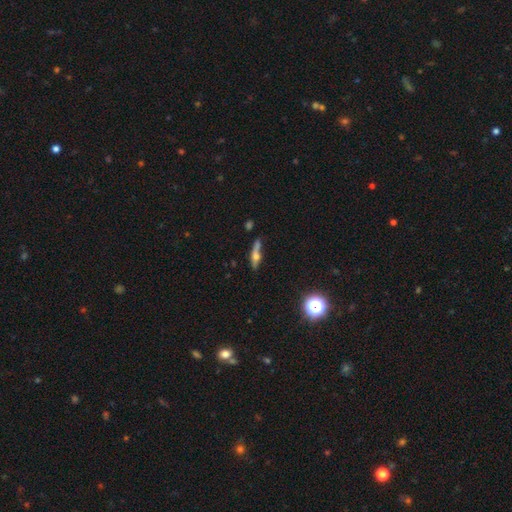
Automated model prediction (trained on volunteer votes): This appears to be a featured or disk galaxy (52%) viewed edge-on (89%). Merging: none (62%).